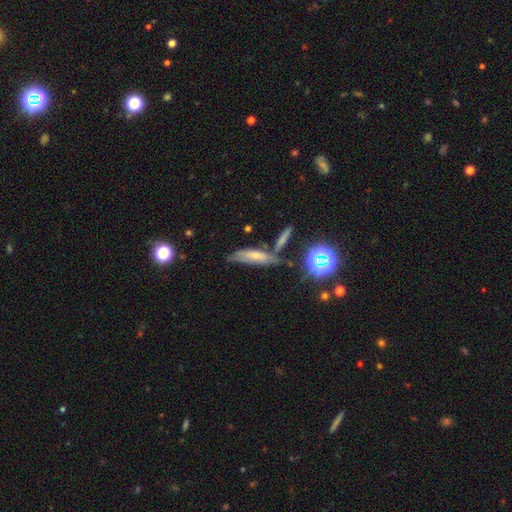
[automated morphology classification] smooth_or_featured: smooth (p=0.54) [alt: featured or disk p=0.32]
how_rounded: cigar-shaped (p=0.50) [alt: in between p=0.47]
merging: none (p=0.49) [alt: merger p=0.22]